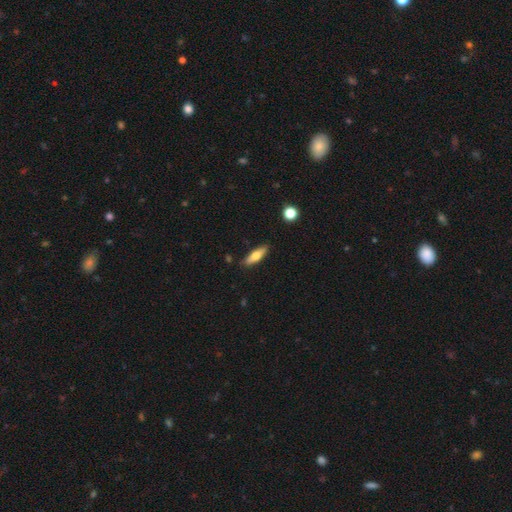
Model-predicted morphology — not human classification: This appears to be a smooth galaxy with no disk features (62%) that is cigar-shaped (57%). Merging: none (85%).